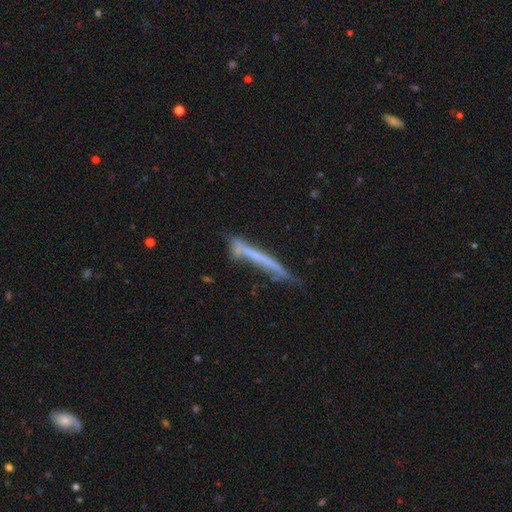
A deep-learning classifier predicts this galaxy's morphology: smooth 48%, featured or disk 44%, star or artifact 8%. Down the decision tree: merging — none (57%).